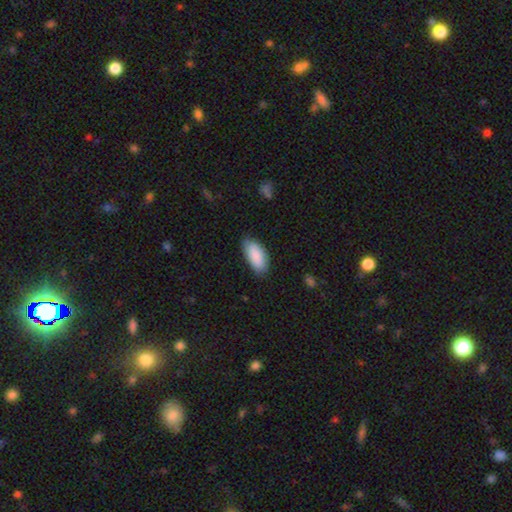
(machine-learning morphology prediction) Smooth or featured?
  - smooth: 89% *
  - featured or disk: 6%
  - star or artifact: 6%
How rounded?
  - in between: 89% *
  - cigar-shaped: 9%
  - round: 2%
Merging?
  - none: 79% *
  - minor disturbance: 17%
  - major disturbance: 3%
  - merger: 1%